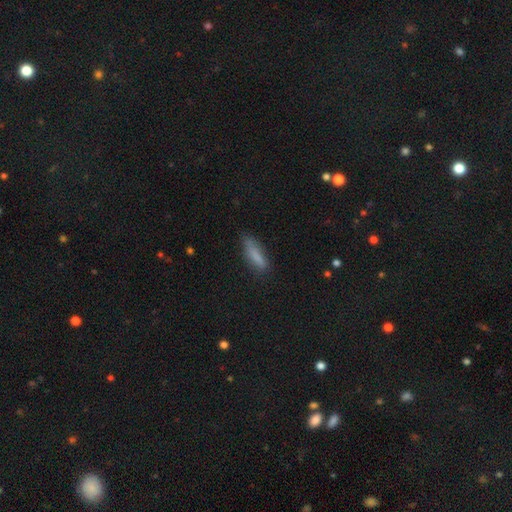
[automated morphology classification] Overall: smooth (80%). How rounded: cigar-shaped (64%; in between 34%). Merging: none (68%).